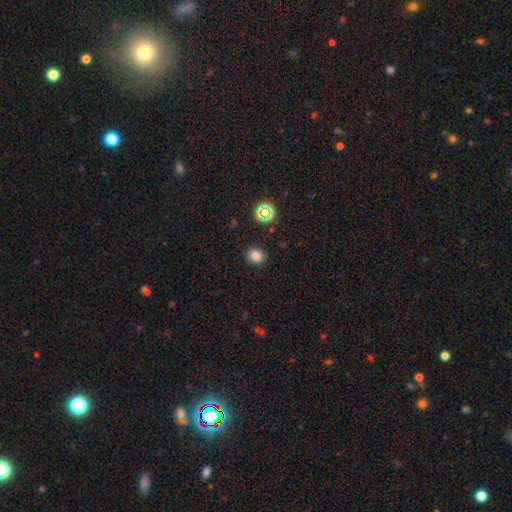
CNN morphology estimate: smooth 79%, star or artifact 15%, featured or disk 6%. Down the decision tree: how rounded — round (71%); merging — none (89%).